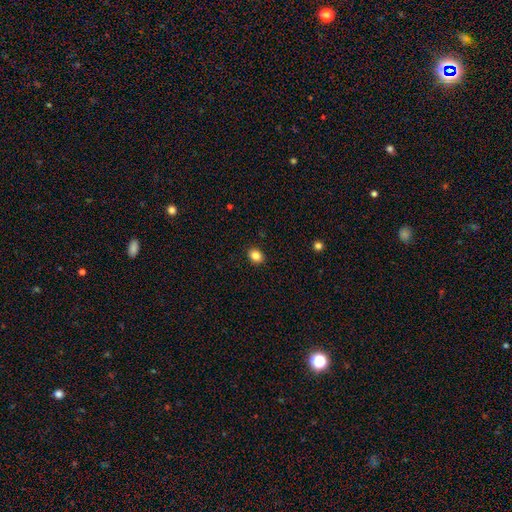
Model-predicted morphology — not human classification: Smooth or featured? smooth (85%)
How rounded? round (51%)
Merging? none (90%)